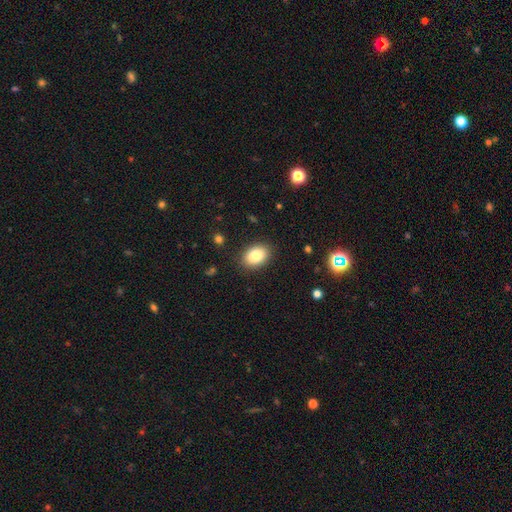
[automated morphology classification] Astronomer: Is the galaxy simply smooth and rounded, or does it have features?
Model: smooth — 84%.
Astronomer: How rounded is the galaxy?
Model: in between — 81%.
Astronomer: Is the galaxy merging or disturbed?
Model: none — 88%.